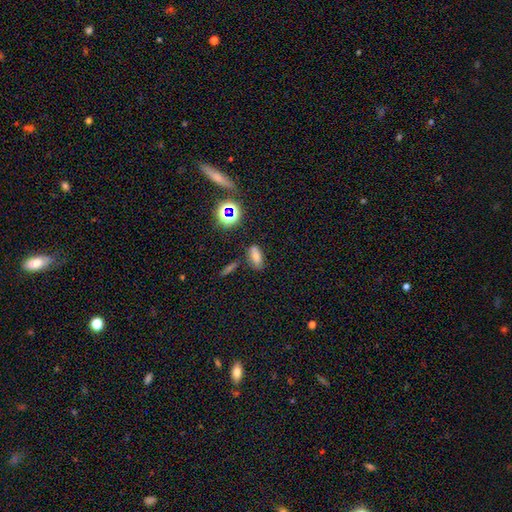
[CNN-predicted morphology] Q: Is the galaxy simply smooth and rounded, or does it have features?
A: smooth — 68%.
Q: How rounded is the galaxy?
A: in between — 84%.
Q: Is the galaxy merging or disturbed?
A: none — 72%.